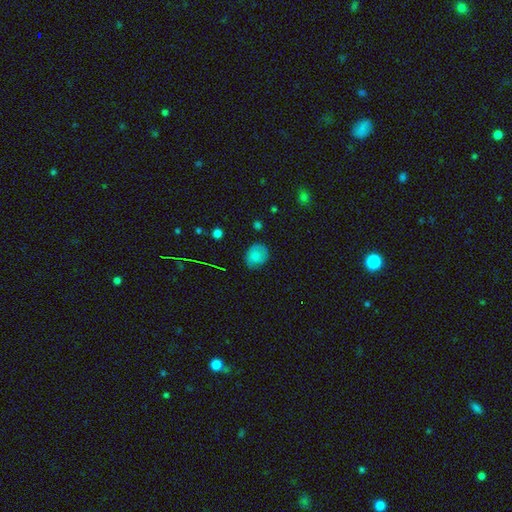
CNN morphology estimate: This appears to be a smooth galaxy with no disk features (78%) that is round (61%). Merging: none (73%).